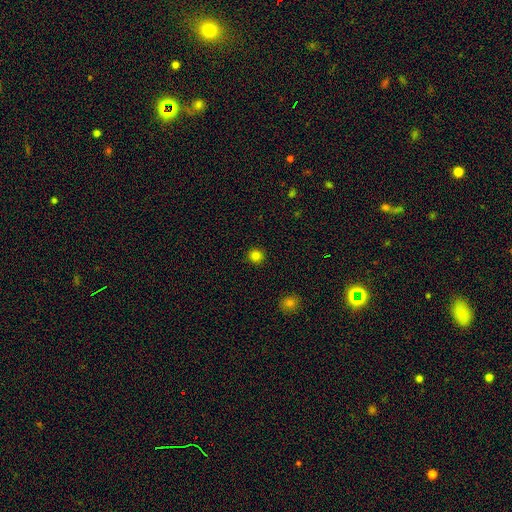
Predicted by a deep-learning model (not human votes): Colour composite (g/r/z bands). It shows a smooth galaxy with no disk features (83%) that is round (93%). Merging: none (92%).